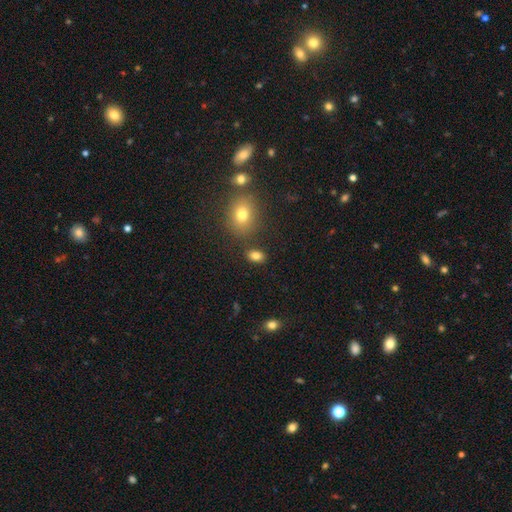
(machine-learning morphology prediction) smooth 82%, star or artifact 11%, featured or disk 7%. Down the decision tree: how rounded — in between (80%); merging — none (81%).